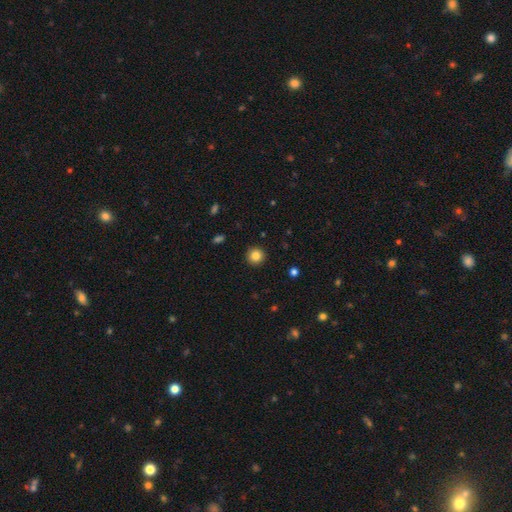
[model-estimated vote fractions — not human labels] Smooth or featured: smooth — 84% (star or artifact — 11%)
How rounded: round — 95% (in between — 4%)
Merging: none — 93% (minor disturbance — 5%)